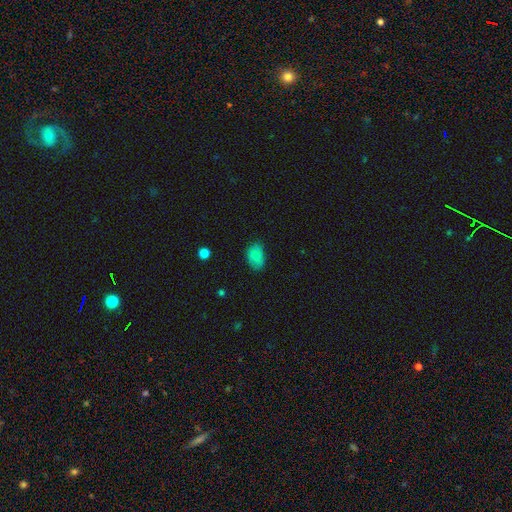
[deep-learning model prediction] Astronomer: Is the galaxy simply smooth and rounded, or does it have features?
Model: smooth — 84%.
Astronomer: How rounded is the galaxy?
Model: in between — 86%.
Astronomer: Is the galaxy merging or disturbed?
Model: none — 68%.